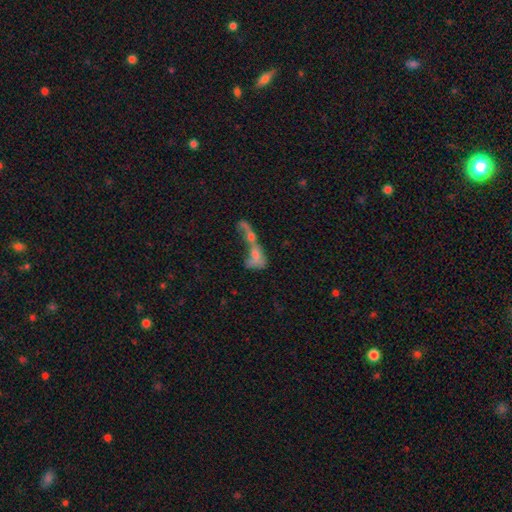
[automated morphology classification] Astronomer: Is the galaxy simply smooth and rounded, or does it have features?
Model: smooth — 52% (runner-up: featured or disk, 36%).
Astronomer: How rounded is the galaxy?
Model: in between — 68%.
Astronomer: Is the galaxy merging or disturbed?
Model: merger — 74%.